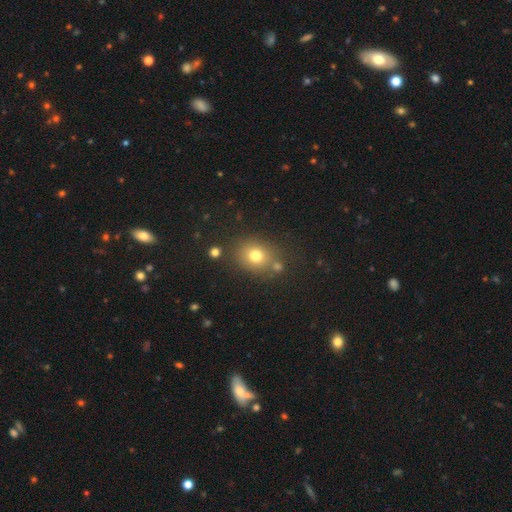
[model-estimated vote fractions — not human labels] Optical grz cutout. It shows a smooth galaxy with no disk features (75%) that is round (65%). Merging: none (74%).